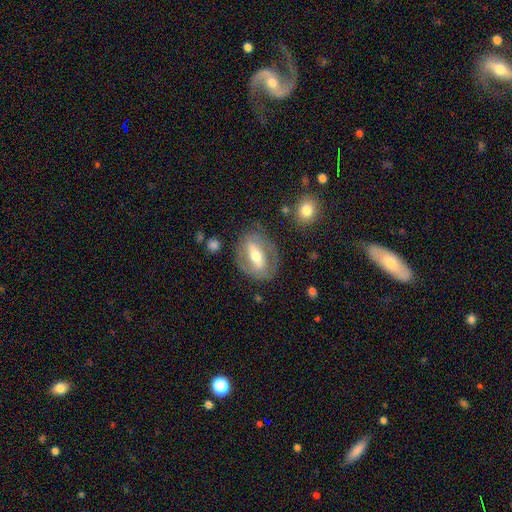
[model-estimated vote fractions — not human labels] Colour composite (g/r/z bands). It shows a featured or disk galaxy (68%) with a strong bar (64%), no spiral arms (54%) and a moderate central bulge (67%). Merging: none (74%).